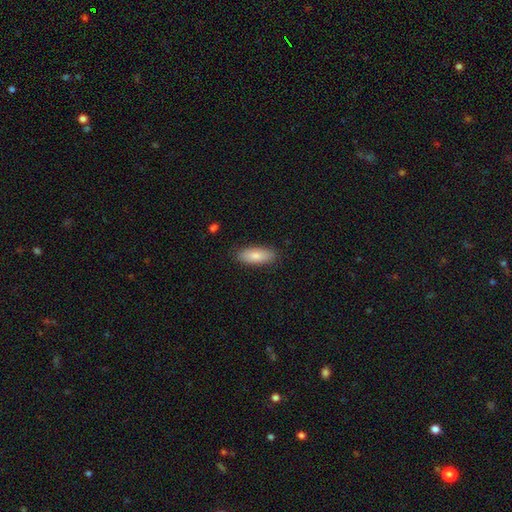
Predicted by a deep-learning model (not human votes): Smooth or featured? Predicted: smooth (p=0.84). How rounded? Predicted: in between (p=0.80). Merging? Predicted: none (p=0.86).